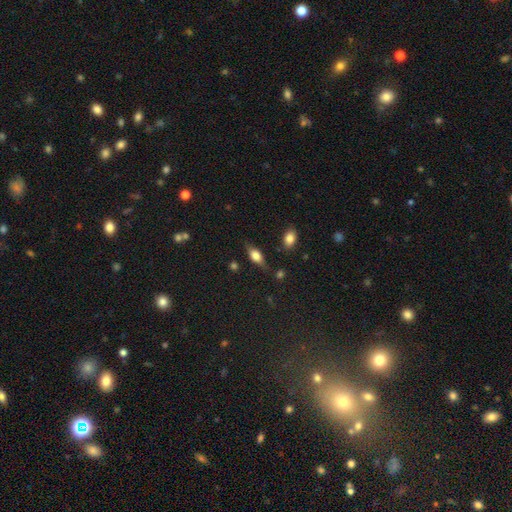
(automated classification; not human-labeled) Smooth or featured? smooth (59%)
How rounded? in between (76%)
Merging? none (76%)